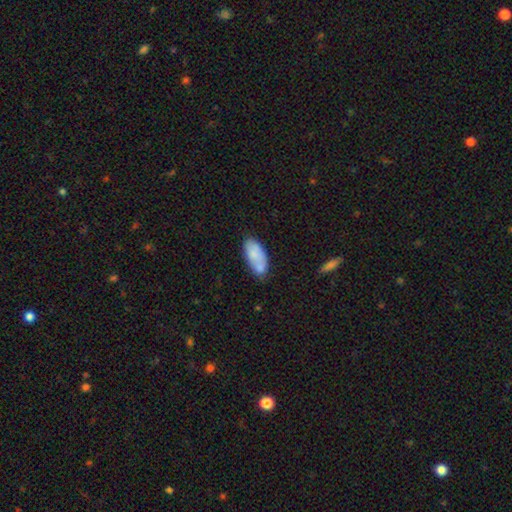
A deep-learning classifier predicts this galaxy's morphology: The model was most divided on "merging": none: 51%, minor disturbance: 22%, merger: 21%, major disturbance: 6%. More confident: how rounded — in between (89%); smooth or featured — smooth (77%).